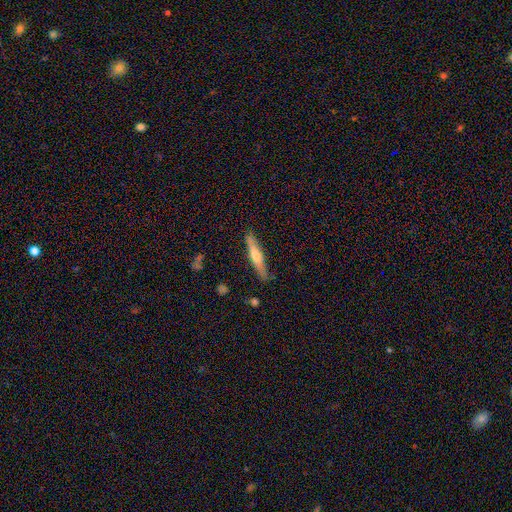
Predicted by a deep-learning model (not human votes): Smooth or featured: smooth — 49% (featured or disk — 45%)
Merging: none — 85% (minor disturbance — 11%)